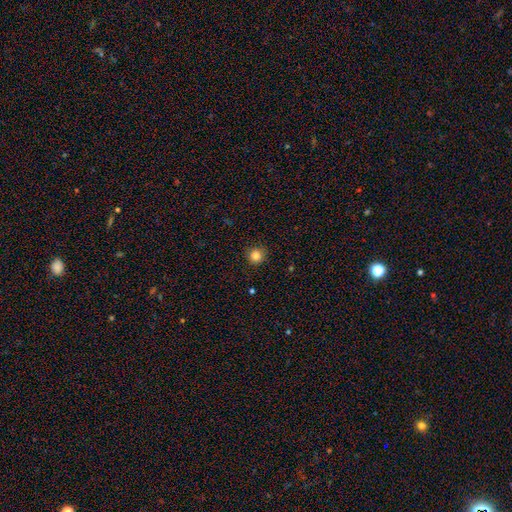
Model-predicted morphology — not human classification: Smooth or featured? Predicted: smooth (p=0.84). How rounded? Predicted: round (p=0.95). Merging? Predicted: none (p=0.91).